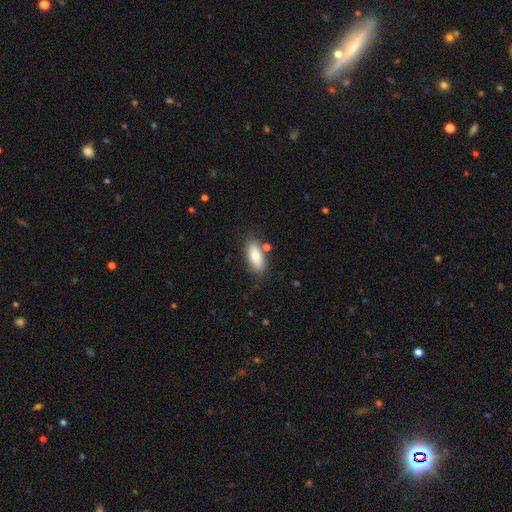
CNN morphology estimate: This is likely a smooth galaxy (78%). How rounded: clearly in between (85%). Merging: likely none (78%).